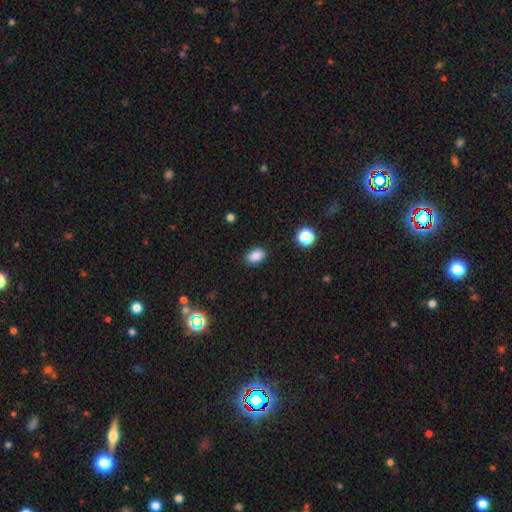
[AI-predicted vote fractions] Smooth or featured: smooth — 87% (star or artifact — 10%)
How rounded: in between — 82% (round — 16%)
Merging: none — 87% (minor disturbance — 9%)